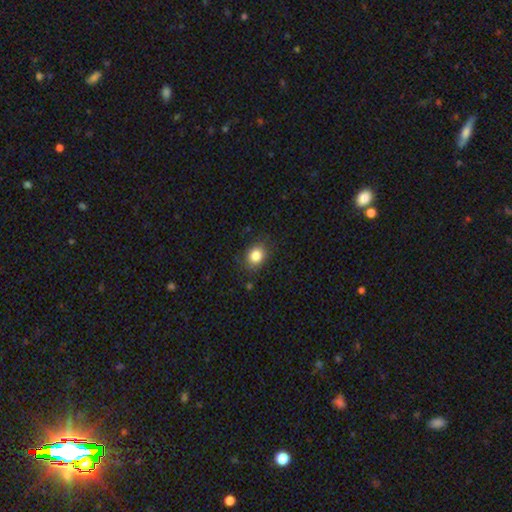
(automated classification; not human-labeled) Morphology: type=smooth (84%); roundness=round (58%); merging=none (82%).